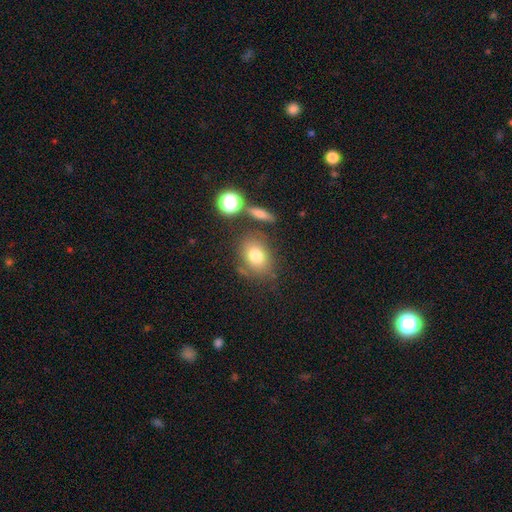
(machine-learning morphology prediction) smooth_or_featured: smooth (p=0.76) [alt: featured or disk p=0.13]
how_rounded: in between (p=0.58) [alt: round p=0.41]
merging: none (p=0.71) [alt: minor disturbance p=0.14]